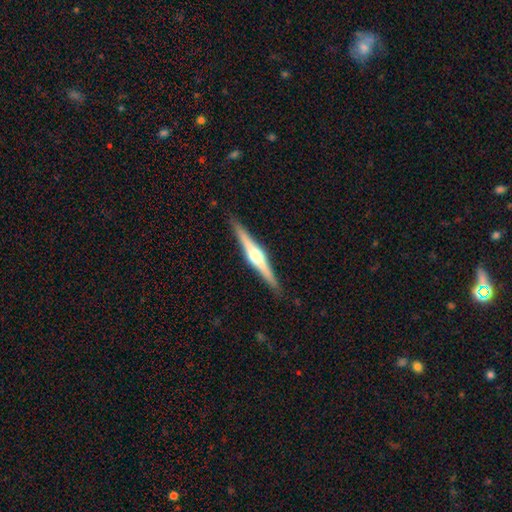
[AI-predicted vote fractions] Morphology: type=featured or disk (80%); edge-on=yes (98%); edge-on bulge=rounded (95%); merging=none (91%).